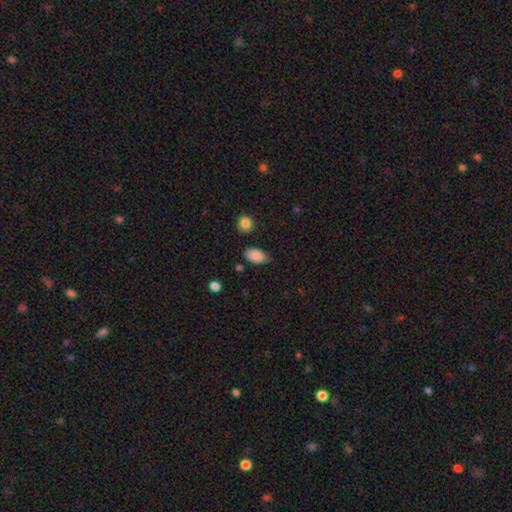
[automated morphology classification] Smooth or featured? Predicted: smooth (p=0.88). How rounded? Predicted: in between (p=0.91). Merging? Predicted: none (p=0.70).